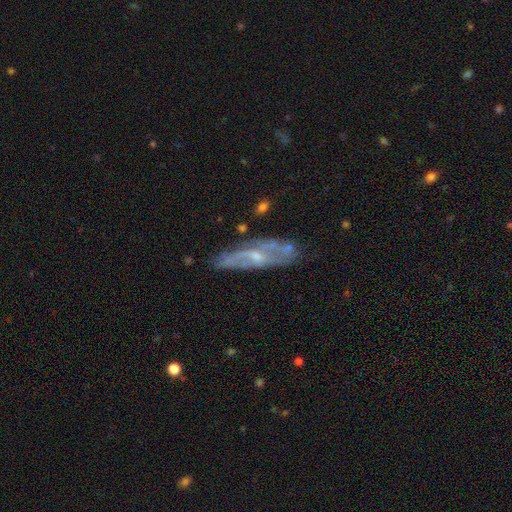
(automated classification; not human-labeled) Smooth or featured? Predicted: featured or disk (p=0.70). Edge-on disk? Predicted: no (p=0.68). Merging? Predicted: none (p=0.65).